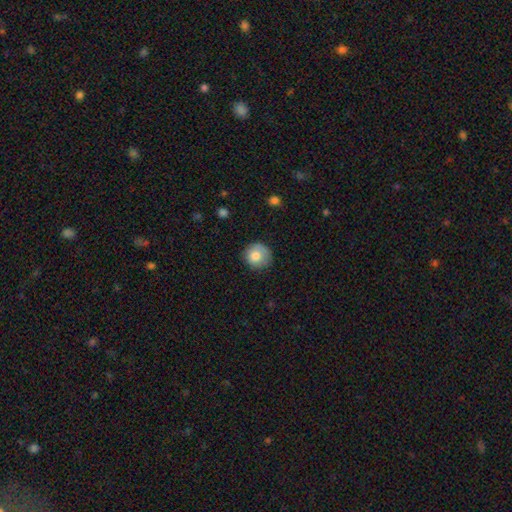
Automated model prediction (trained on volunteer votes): Smooth or featured: smooth — 80% (featured or disk — 12%)
How rounded: round — 90% (in between — 9%)
Merging: none — 76% (minor disturbance — 18%)